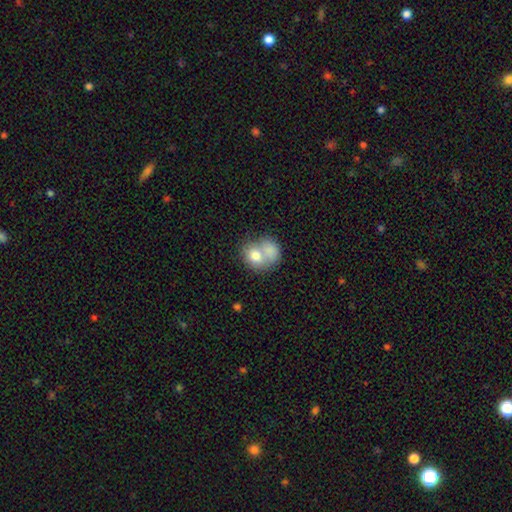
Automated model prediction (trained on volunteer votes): A smooth galaxy with no disk features (76%) that is round (59%).

Vote fractions:
- Smooth or featured? smooth: 76% / featured or disk: 17% / star or artifact: 8%
- How rounded? round: 59% / in between: 40% / cigar-shaped: 1%
- Merging? merger: 65% / none: 22% / minor disturbance: 8% / major disturbance: 5%